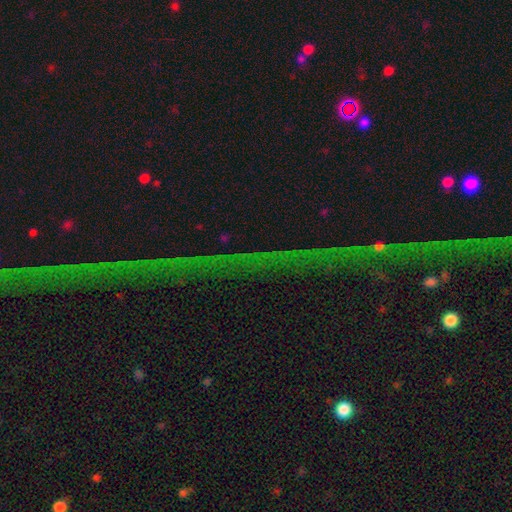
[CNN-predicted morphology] The model was most divided on "smooth or featured": star or artifact: 81%, featured or disk: 12%, smooth: 7%.